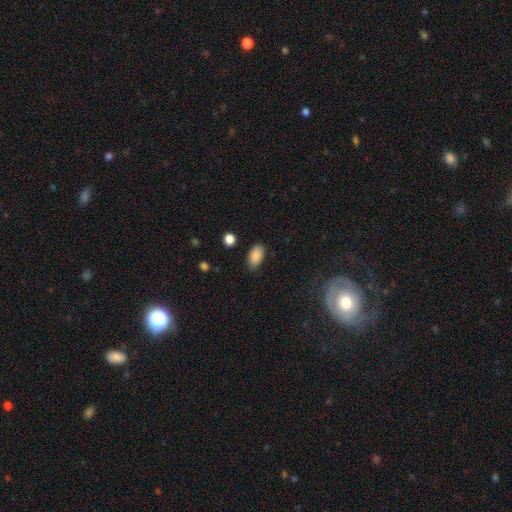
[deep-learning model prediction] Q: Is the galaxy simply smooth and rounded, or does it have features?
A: smooth — 87%.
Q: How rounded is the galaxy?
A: in between — 93%.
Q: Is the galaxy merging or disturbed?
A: none — 83%.